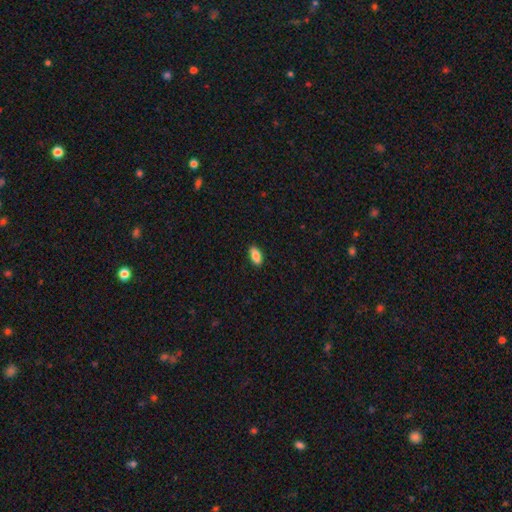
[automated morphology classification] This is clearly a smooth galaxy (86%). How rounded: clearly in between (90%). Merging: clearly none (89%).